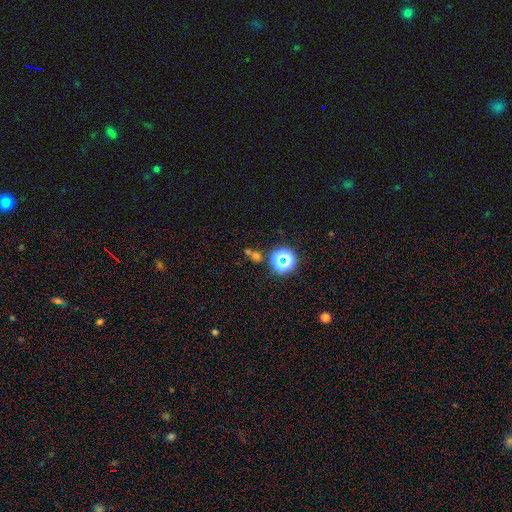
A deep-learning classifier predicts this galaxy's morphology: Q: Smooth or featured?
A: star or artifact (60%); runner-up: smooth (31%)